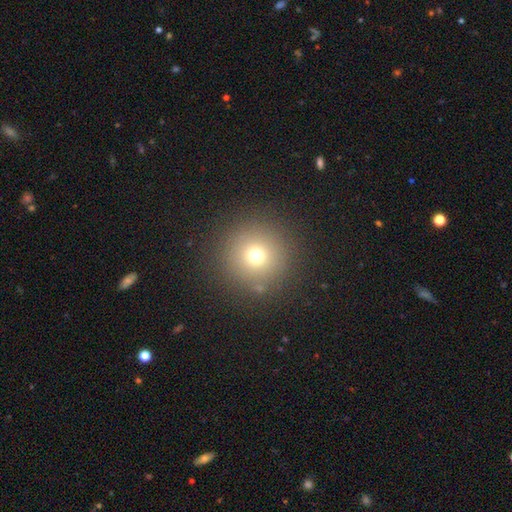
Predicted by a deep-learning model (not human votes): The model was most divided on "smooth or featured": smooth: 71%, star or artifact: 18%, featured or disk: 10%. More confident: how rounded — round (96%); merging — none (88%).